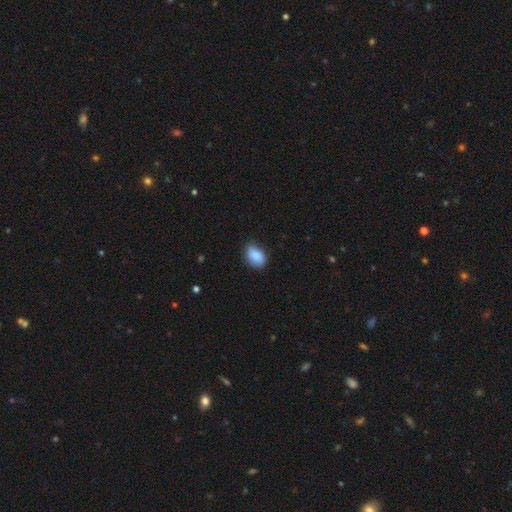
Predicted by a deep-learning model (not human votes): Smooth or featured?
  - smooth: 87% *
  - star or artifact: 7%
  - featured or disk: 6%
How rounded?
  - in between: 84% *
  - round: 14%
  - cigar-shaped: 1%
Merging?
  - none: 73% *
  - minor disturbance: 22%
  - major disturbance: 3%
  - merger: 1%